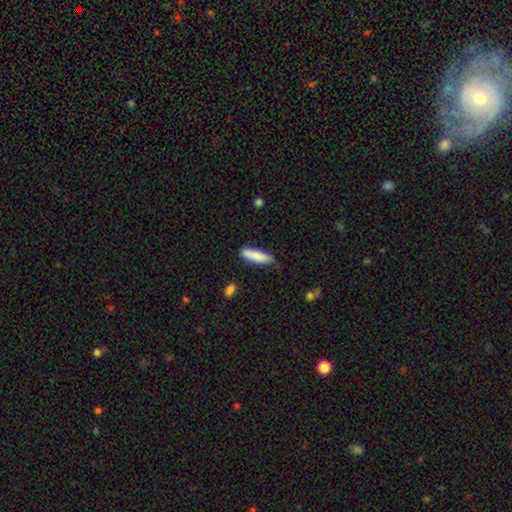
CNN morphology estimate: Smooth or featured? smooth (83%)
How rounded? cigar-shaped (69%)
Merging? none (75%)